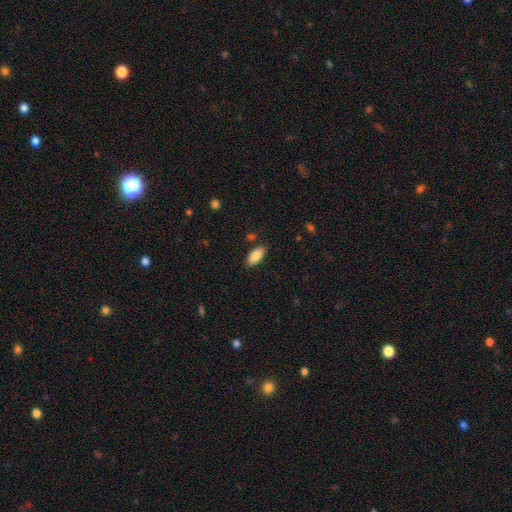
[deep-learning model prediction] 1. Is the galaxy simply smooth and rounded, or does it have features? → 88% smooth, 7% star or artifact, 6% featured or disk.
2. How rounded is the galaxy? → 91% in between, 7% cigar-shaped, 2% round.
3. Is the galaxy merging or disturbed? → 85% none, 11% minor disturbance, 2% major disturbance, 2% merger.